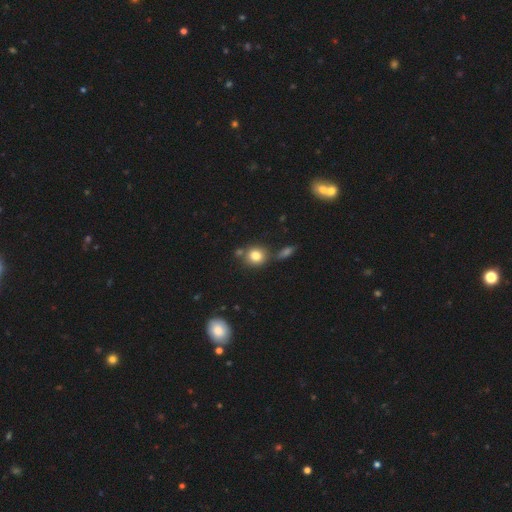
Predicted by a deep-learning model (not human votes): smooth 79%, star or artifact 12%, featured or disk 9%. Down the decision tree: how rounded — round (82%); merging — none (69%).